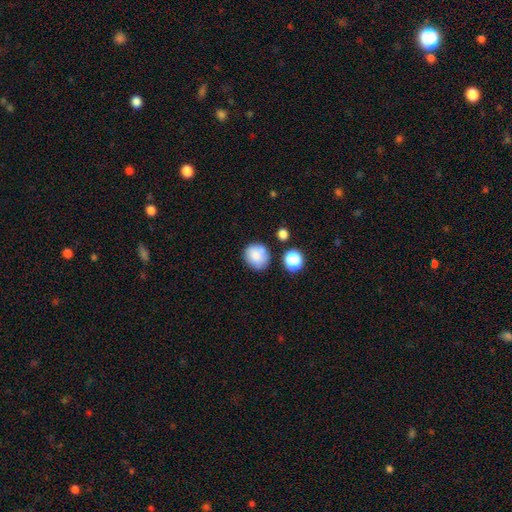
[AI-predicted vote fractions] Overall: smooth (79%). How rounded: round (80%). Merging: none (67%).